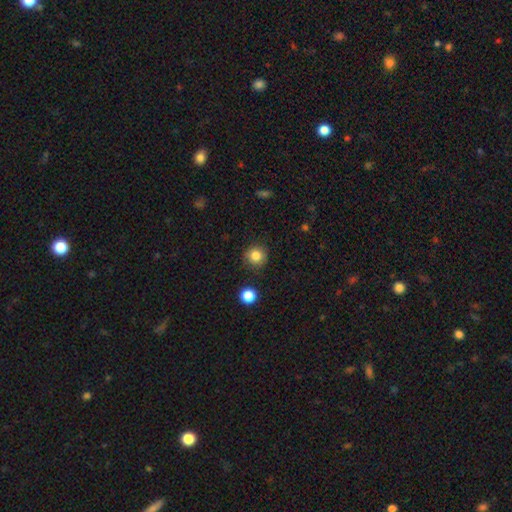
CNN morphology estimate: Smooth or featured: smooth — 82% (star or artifact — 11%)
How rounded: round — 93% (in between — 6%)
Merging: none — 88% (minor disturbance — 8%)